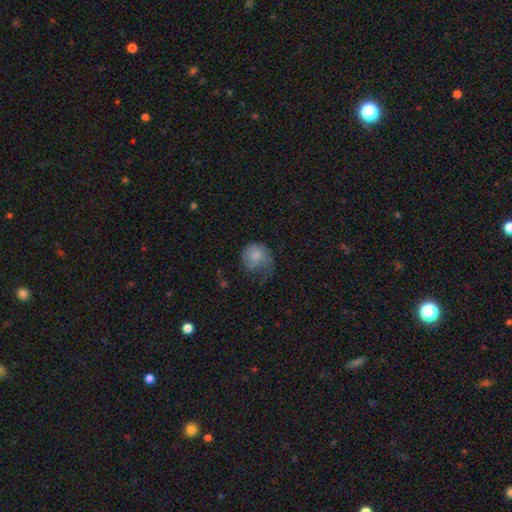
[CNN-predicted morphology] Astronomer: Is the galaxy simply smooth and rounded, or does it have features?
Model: smooth — 66%.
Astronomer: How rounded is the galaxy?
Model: round — 71%.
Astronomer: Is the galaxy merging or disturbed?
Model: major disturbance — 44% (runner-up: minor disturbance, 27%).